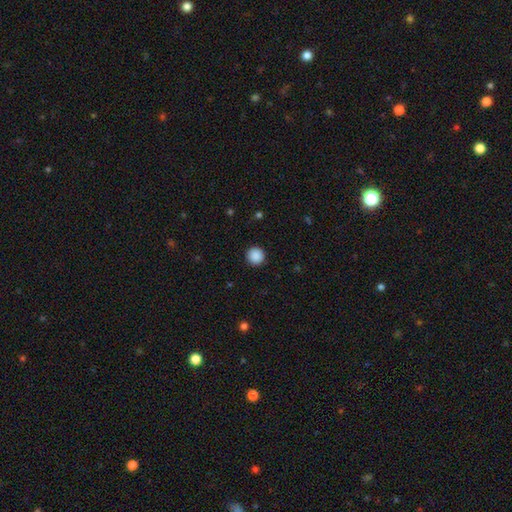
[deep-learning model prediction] This appears to be a smooth galaxy with no disk features (89%) that is round (96%). Merging: none (92%).